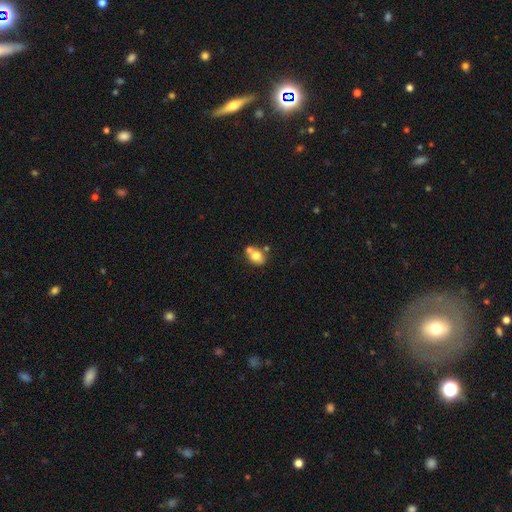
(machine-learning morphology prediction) Overall: smooth (74%). How rounded: round (51%; in between 48%). Merging: none (42%; merger 40%).